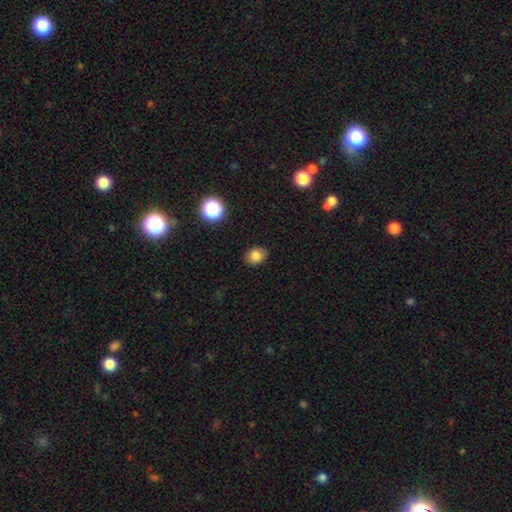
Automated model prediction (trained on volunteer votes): Overall: smooth (81%). How rounded: in between (58%; round 41%). Merging: none (88%).